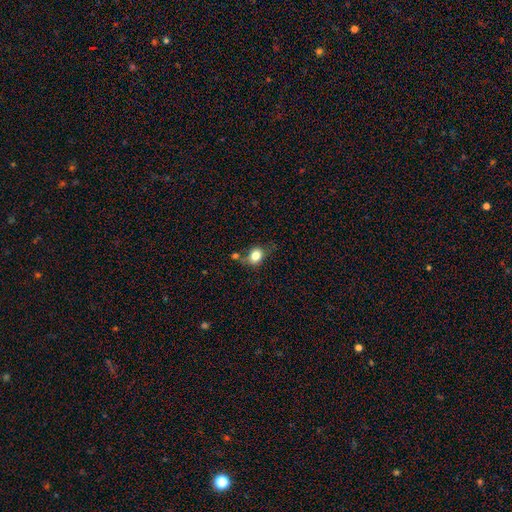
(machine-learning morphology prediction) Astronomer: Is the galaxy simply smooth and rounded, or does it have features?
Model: smooth — 79%.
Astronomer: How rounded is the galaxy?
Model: round — 56% (runner-up: in between, 43%).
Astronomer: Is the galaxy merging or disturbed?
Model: none — 55%.